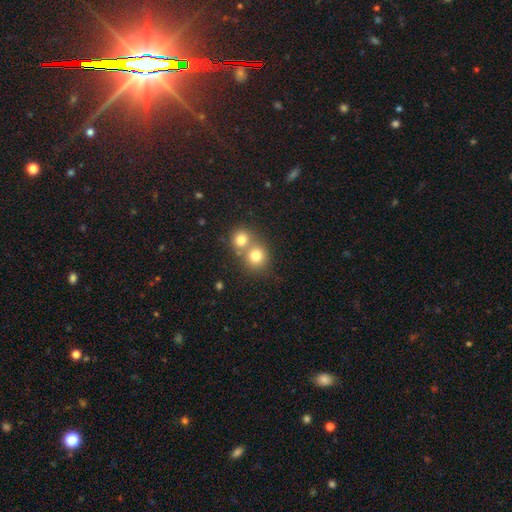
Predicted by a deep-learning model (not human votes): Smooth or featured?
  - smooth: 77% *
  - star or artifact: 12%
  - featured or disk: 11%
How rounded?
  - round: 84% *
  - in between: 15%
  - cigar-shaped: 1%
Merging?
  - merger: 49% *
  - none: 43%
  - minor disturbance: 5%
  - major disturbance: 2%